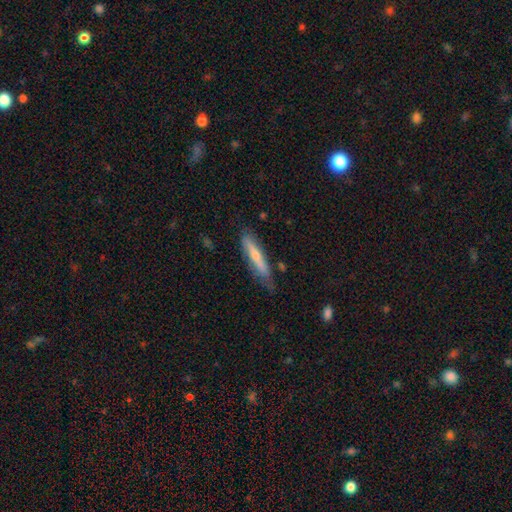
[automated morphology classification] A smooth galaxy with no disk features (48%).

Vote fractions:
- Smooth or featured? smooth: 48% / featured or disk: 45% / star or artifact: 7%
- Merging? none: 72% / minor disturbance: 21% / major disturbance: 4% / merger: 2%